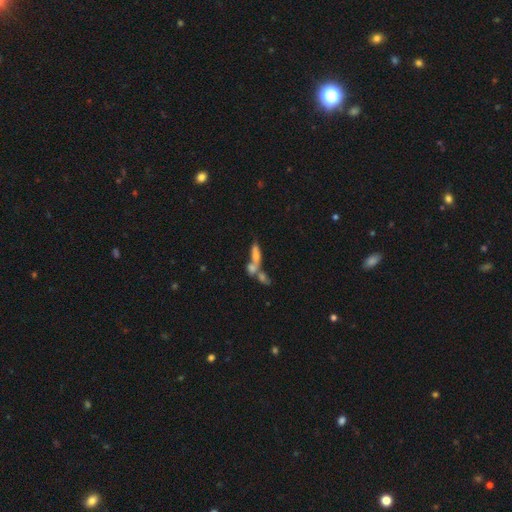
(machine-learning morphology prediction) A smooth galaxy with no disk features (54%) that is in between round and cigar-shaped (49%). Merging: merger (67%).